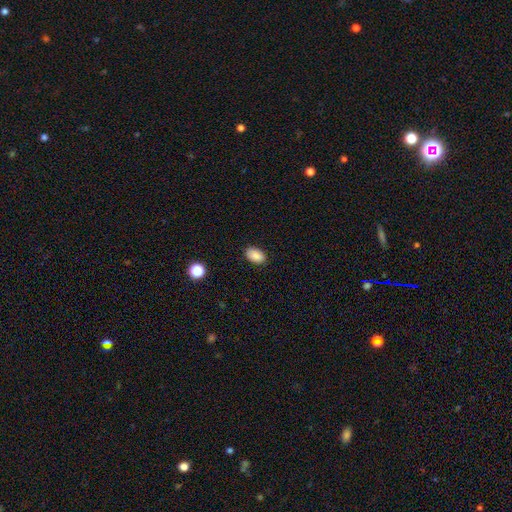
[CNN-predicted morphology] Smooth or featured?
  - smooth: 86% *
  - star or artifact: 9%
  - featured or disk: 5%
How rounded?
  - in between: 88% *
  - round: 11%
  - cigar-shaped: 1%
Merging?
  - none: 86% *
  - minor disturbance: 11%
  - major disturbance: 2%
  - merger: 1%